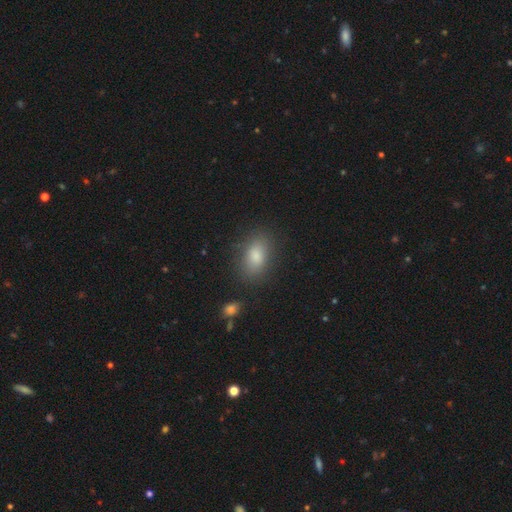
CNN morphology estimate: smooth 80%, star or artifact 11%, featured or disk 9%. Down the decision tree: how rounded — in between (85%); merging — none (83%).